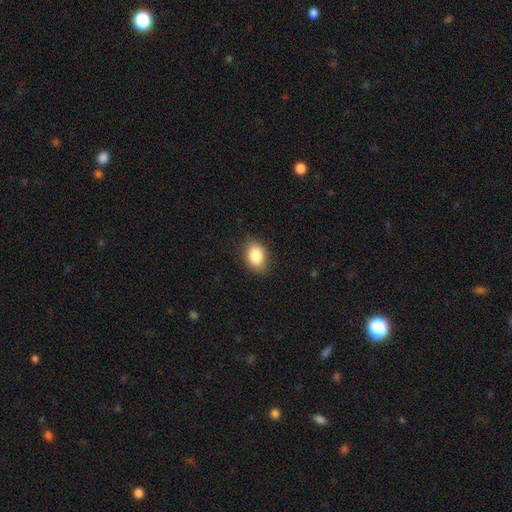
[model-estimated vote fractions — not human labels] Smooth or featured? smooth (85%)
How rounded? in between (80%)
Merging? none (85%)